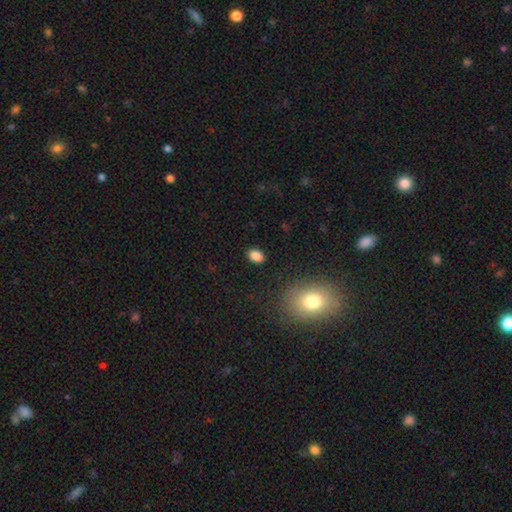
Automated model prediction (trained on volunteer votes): Overall: smooth (85%). How rounded: in between (73%). Merging: none (86%).